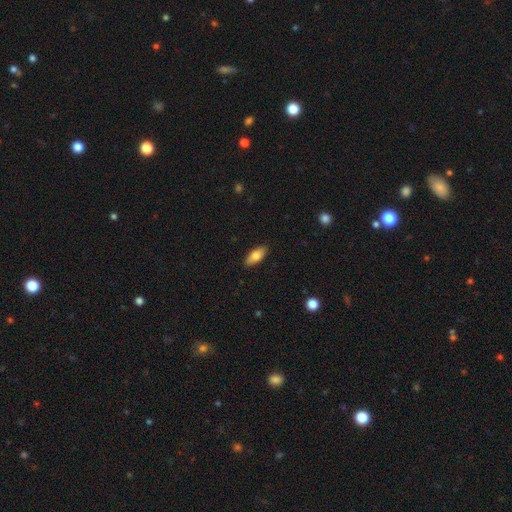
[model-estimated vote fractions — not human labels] A smooth galaxy with no disk features (77%) that is in between round and cigar-shaped (85%). Merging: none (89%).